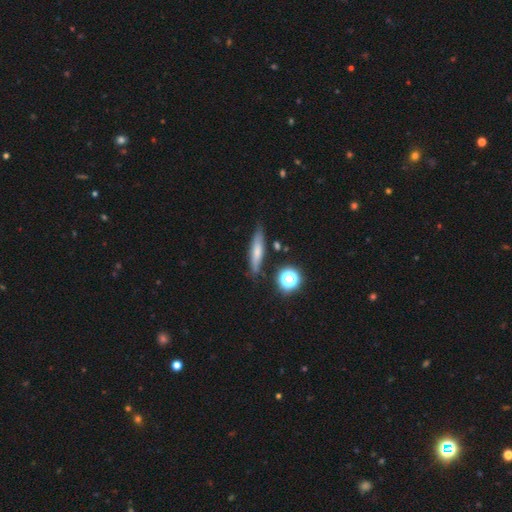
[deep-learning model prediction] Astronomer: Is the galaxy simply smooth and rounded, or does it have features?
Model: smooth — 53% (runner-up: featured or disk, 34%).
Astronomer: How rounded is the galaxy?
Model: cigar-shaped — 76%.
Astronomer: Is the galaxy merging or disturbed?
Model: none — 83%.